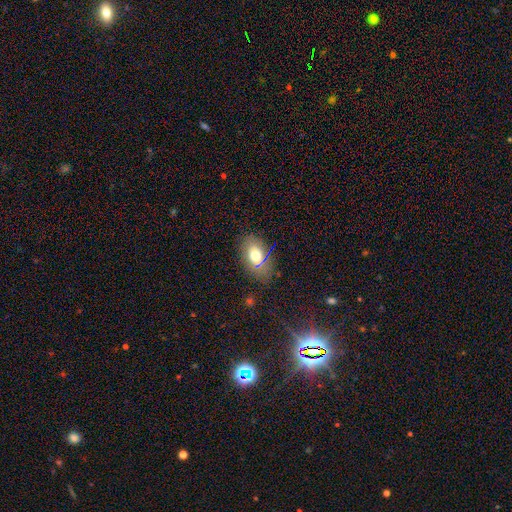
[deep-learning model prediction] smooth 67%, featured or disk 20%, star or artifact 13%. Down the decision tree: how rounded — in between (84%); merging — none (76%).